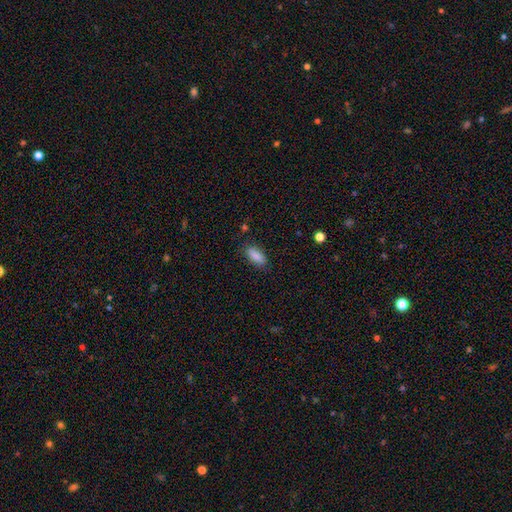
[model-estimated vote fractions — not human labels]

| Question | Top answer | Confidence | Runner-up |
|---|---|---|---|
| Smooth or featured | smooth | 87% | star or artifact (7%) |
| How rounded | in between | 78% | cigar-shaped (20%) |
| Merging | none | 83% | minor disturbance (13%) |